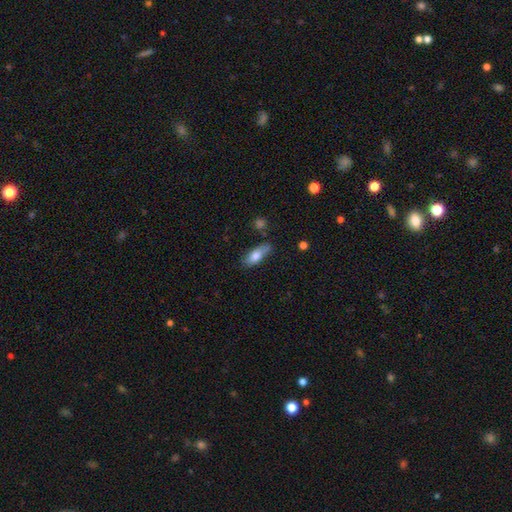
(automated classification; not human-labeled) Smooth or featured? Predicted: smooth (p=0.75). How rounded? Predicted: in between (p=0.72). Merging? Predicted: none (p=0.63).